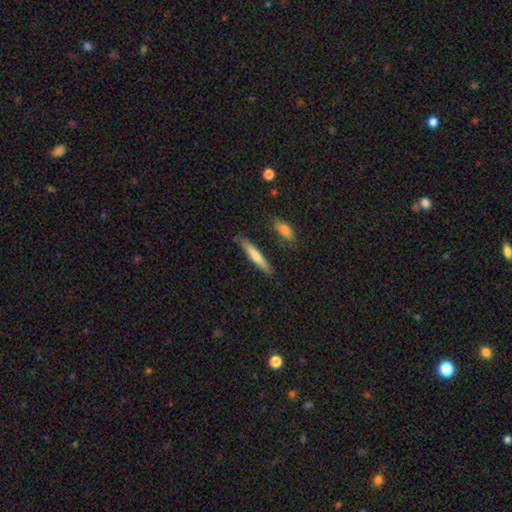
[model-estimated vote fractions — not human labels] A smooth galaxy with no disk features (67%) that is cigar-shaped (91%).

Vote fractions:
- Smooth or featured? smooth: 67% / featured or disk: 27% / star or artifact: 6%
- How rounded? cigar-shaped: 91% / in between: 8% / round: 1%
- Merging? none: 84% / minor disturbance: 10% / merger: 4% / major disturbance: 2%